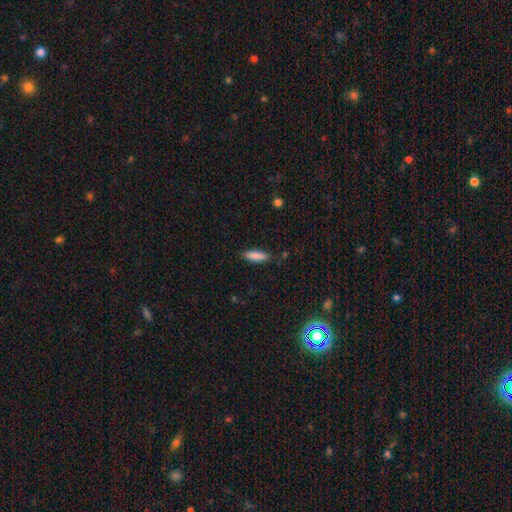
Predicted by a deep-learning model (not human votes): Smooth or featured?
  - smooth: 86% *
  - featured or disk: 7%
  - star or artifact: 6%
How rounded?
  - in between: 52% *
  - cigar-shaped: 47%
  - round: 2%
Merging?
  - none: 83% *
  - minor disturbance: 13%
  - major disturbance: 3%
  - merger: 2%